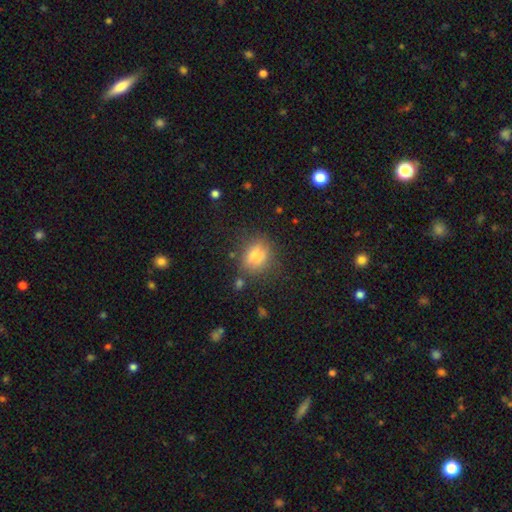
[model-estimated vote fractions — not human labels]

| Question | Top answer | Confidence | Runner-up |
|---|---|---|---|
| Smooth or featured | smooth | 74% | featured or disk (14%) |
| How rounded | round | 58% | in between (40%) |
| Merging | none | 71% | minor disturbance (18%) |